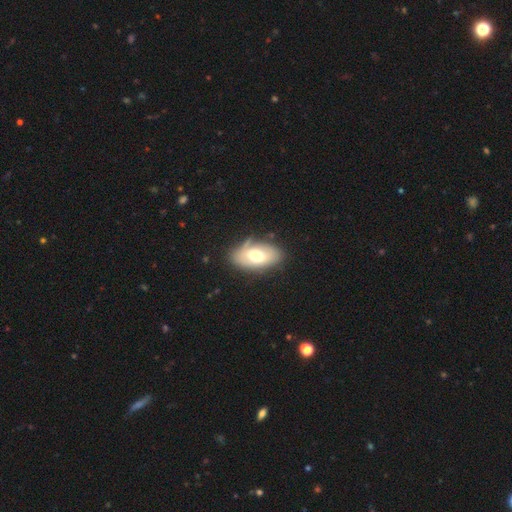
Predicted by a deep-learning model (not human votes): Smooth or featured: smooth — 62% (featured or disk — 31%)
How rounded: in between — 93% (round — 4%)
Merging: none — 65% (minor disturbance — 24%)